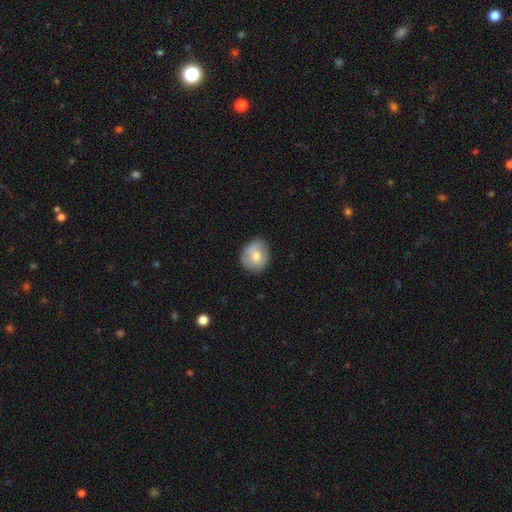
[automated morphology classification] smooth-or-featured: smooth: 60% | featured or disk: 33% | star or artifact: 7%
  how-rounded: round: 76% | in between: 23% | cigar-shaped: 1%
  merging: none: 75% | minor disturbance: 20% | major disturbance: 4% | merger: 1%